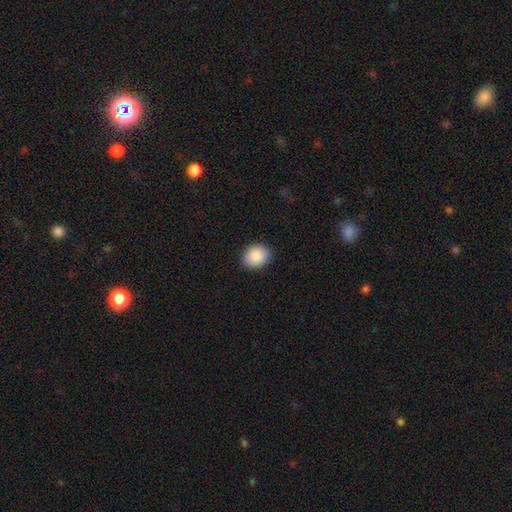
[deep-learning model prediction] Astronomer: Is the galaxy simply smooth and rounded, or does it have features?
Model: smooth — 89%.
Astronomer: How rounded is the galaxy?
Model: in between — 55% (runner-up: round, 44%).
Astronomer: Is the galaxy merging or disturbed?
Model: none — 89%.